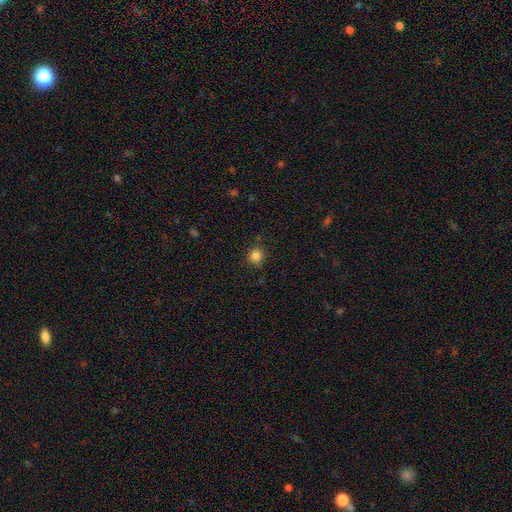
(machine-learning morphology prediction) This appears to be a smooth galaxy with no disk features (84%) that is round (91%). Merging: none (86%).